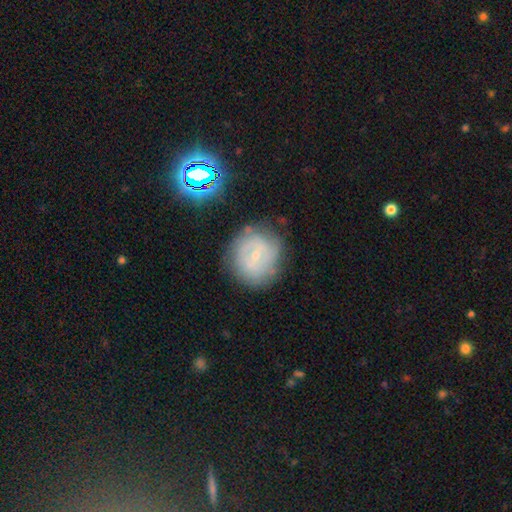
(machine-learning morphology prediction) smooth_or_featured: featured or disk (p=0.56) [alt: smooth p=0.33]
disk_edge_on: no (p=0.97) [alt: yes p=0.03]
bar: weak (p=0.44) [tied with: no p=0.44]
has_spiral_arms: yes (p=0.70) [alt: no p=0.30]
bulge_size: small (p=0.77) [alt: moderate p=0.18]
merging: none (p=0.72) [alt: minor disturbance p=0.18]